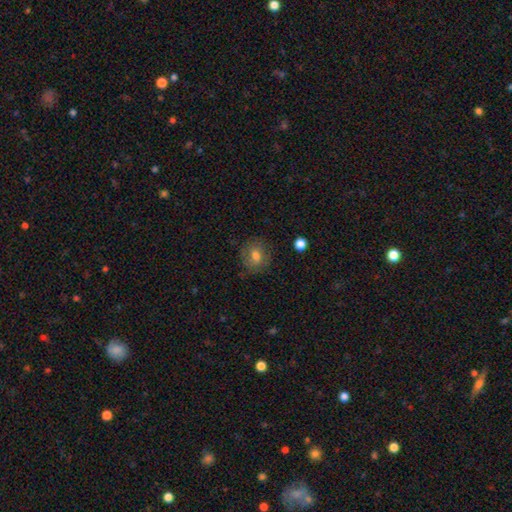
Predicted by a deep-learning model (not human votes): This appears to be a smooth galaxy with no disk features (71%) that is round (64%). Merging: none (77%).